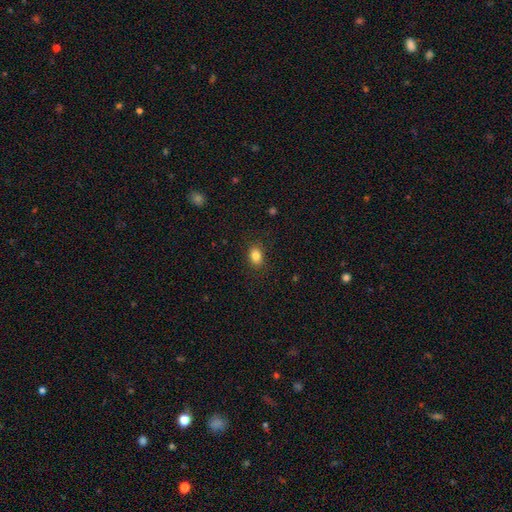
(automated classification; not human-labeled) Overall: smooth (84%). How rounded: in between (74%). Merging: none (86%).